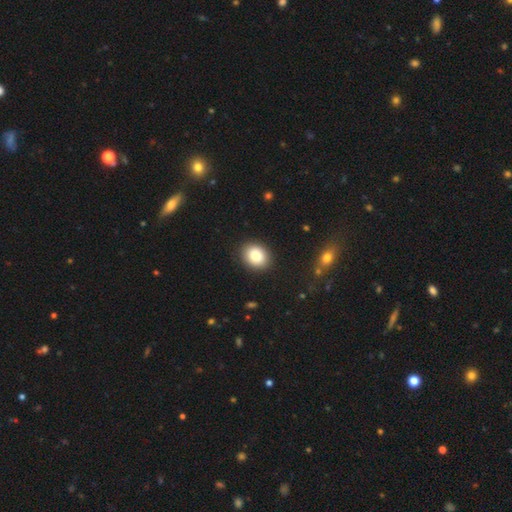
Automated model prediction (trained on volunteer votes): Q: Smooth or featured?
A: smooth (83%); runner-up: star or artifact (9%)
Q: How rounded?
A: round (57%); runner-up: in between (42%)
Q: Merging?
A: none (89%); runner-up: minor disturbance (7%)